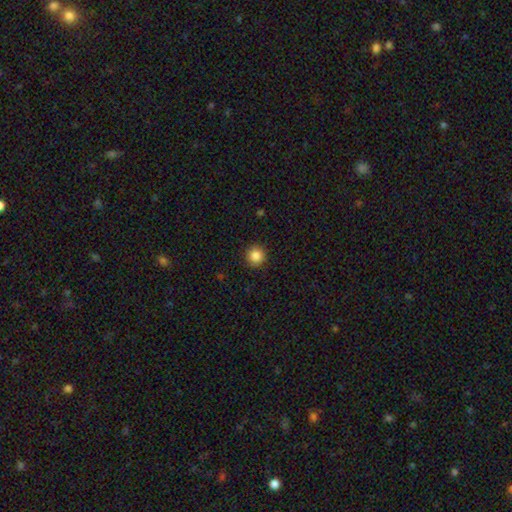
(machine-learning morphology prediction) smooth 86%, star or artifact 10%, featured or disk 4%. Down the decision tree: how rounded — round (94%); merging — none (91%).